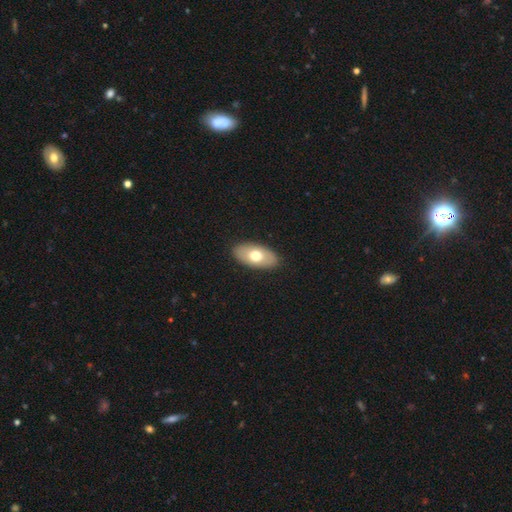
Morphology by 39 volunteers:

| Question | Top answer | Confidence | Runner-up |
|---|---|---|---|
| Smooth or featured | smooth | 62% | featured or disk (33%) |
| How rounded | in between | 96% | round (4%) |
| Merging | none | 95% | minor disturbance (3%) |